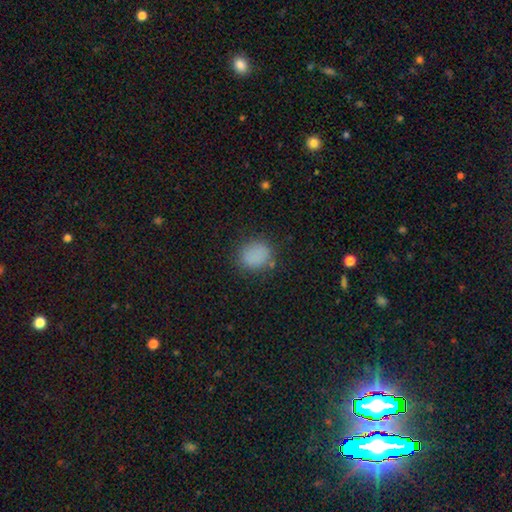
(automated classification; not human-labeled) smooth_or_featured: smooth (p=0.83) [alt: star or artifact p=0.11]
how_rounded: round (p=0.69) [alt: in between p=0.30]
merging: none (p=0.80) [alt: minor disturbance p=0.14]